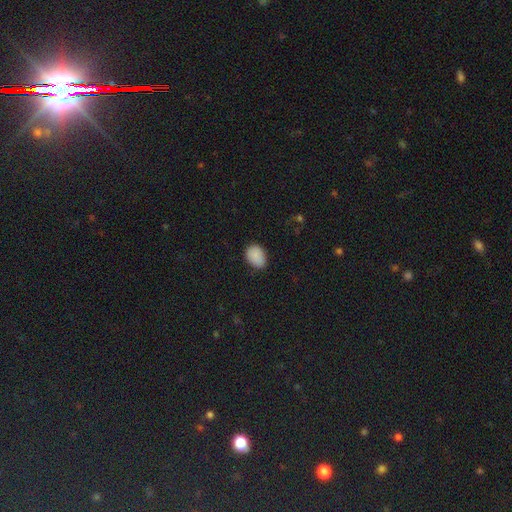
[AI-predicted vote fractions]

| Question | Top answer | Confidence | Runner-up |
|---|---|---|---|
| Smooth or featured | smooth | 87% | star or artifact (10%) |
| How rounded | in between | 77% | round (21%) |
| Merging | none | 74% | minor disturbance (21%) |